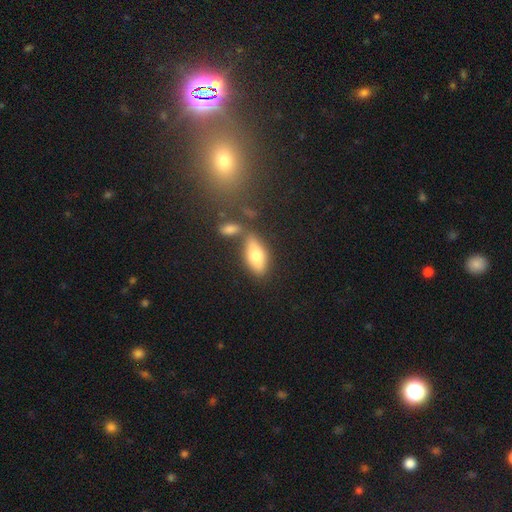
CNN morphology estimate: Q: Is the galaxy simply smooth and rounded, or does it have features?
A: smooth — 72%.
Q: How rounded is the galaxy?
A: in between — 81%.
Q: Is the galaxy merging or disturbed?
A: none — 61%.